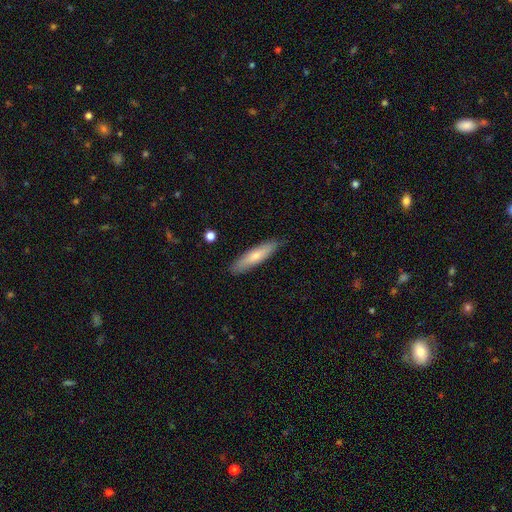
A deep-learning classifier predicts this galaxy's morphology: Smooth or featured?
  - smooth: 70% *
  - featured or disk: 25%
  - star or artifact: 6%
How rounded?
  - cigar-shaped: 79% *
  - in between: 20%
  - round: 1%
Merging?
  - none: 85% *
  - minor disturbance: 12%
  - major disturbance: 2%
  - merger: 1%